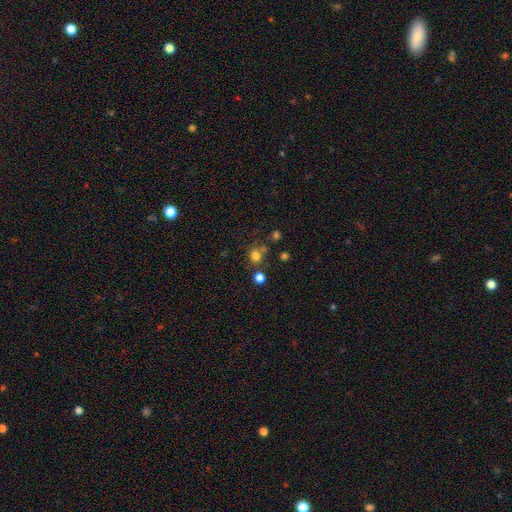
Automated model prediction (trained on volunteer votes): A smooth galaxy with no disk features (74%) that is round (86%).

Vote fractions:
- Smooth or featured? smooth: 74% / star or artifact: 19% / featured or disk: 8%
- How rounded? round: 86% / in between: 13% / cigar-shaped: 1%
- Merging? none: 66% / merger: 19% / minor disturbance: 10% / major disturbance: 5%